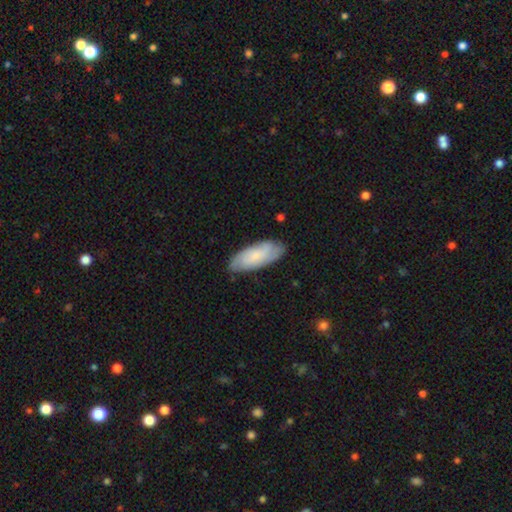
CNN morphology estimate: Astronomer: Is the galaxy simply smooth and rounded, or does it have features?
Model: smooth — 60%.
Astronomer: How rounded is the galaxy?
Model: in between — 77%.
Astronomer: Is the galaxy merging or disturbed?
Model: none — 78%.